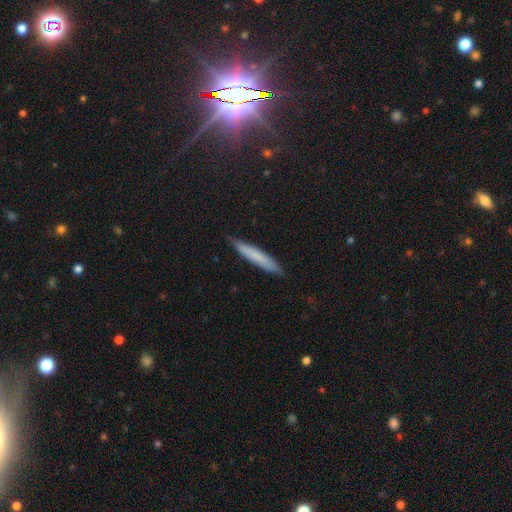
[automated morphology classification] smooth-or-featured: smooth: 72% | featured or disk: 21% | star or artifact: 7%
  how-rounded: cigar-shaped: 93% | in between: 6% | round: 1%
  merging: none: 85% | minor disturbance: 12% | major disturbance: 2% | merger: 1%